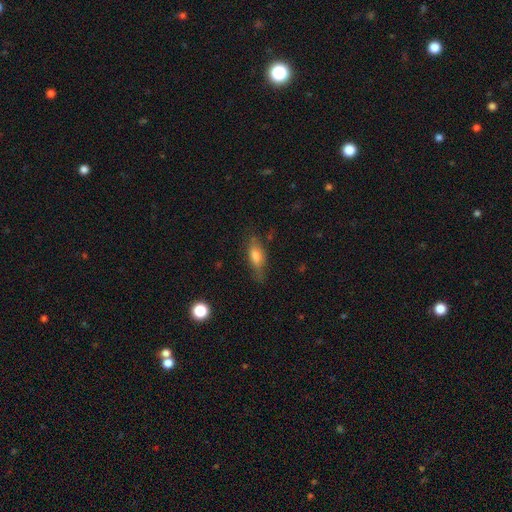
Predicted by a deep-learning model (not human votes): A smooth galaxy with no disk features (58%) that is in between round and cigar-shaped (59%).

Vote fractions:
- Smooth or featured? smooth: 58% / featured or disk: 32% / star or artifact: 10%
- How rounded? in between: 59% / cigar-shaped: 37% / round: 5%
- Merging? none: 72% / minor disturbance: 21% / major disturbance: 6% / merger: 2%